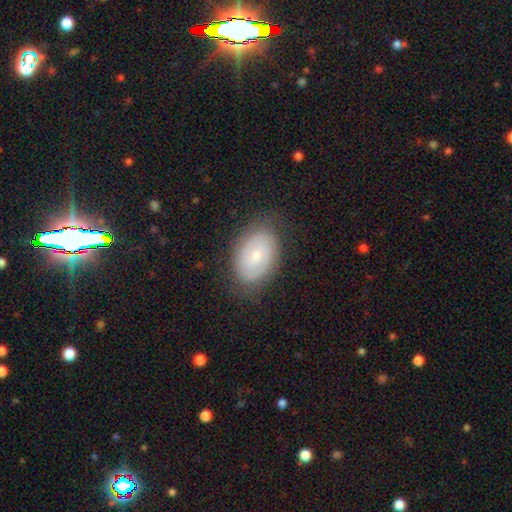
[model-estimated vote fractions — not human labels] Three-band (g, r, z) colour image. It shows a smooth galaxy with no disk features (52%) that is in between round and cigar-shaped (88%). Merging: none (79%).